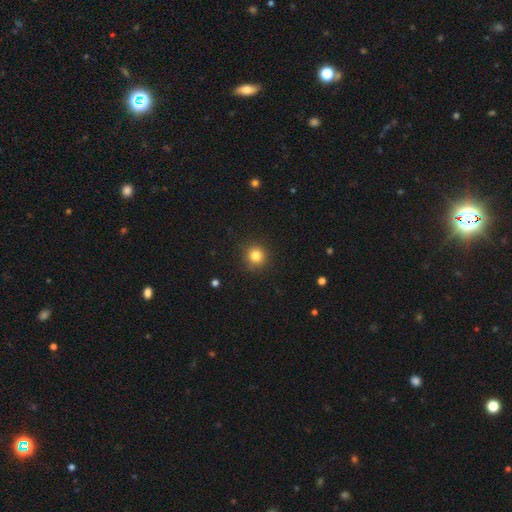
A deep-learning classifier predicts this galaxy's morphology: smooth 82%, star or artifact 12%, featured or disk 6%. Down the decision tree: how rounded — round (93%); merging — none (89%).